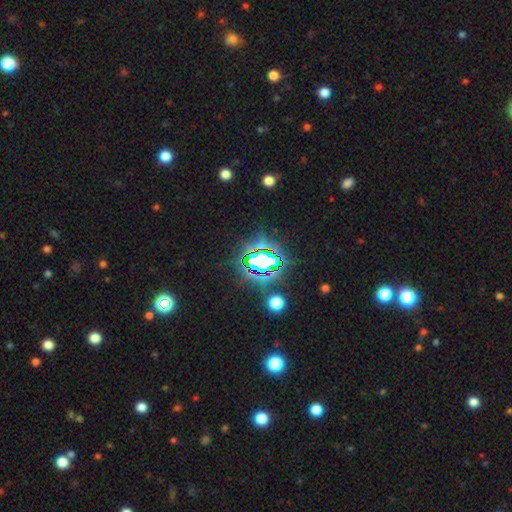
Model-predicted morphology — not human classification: The model was most divided on "smooth or featured": star or artifact: 80%, smooth: 12%, featured or disk: 8%.